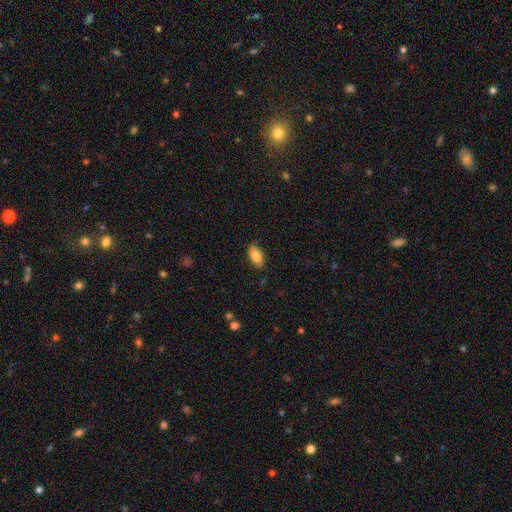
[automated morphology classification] A smooth galaxy with no disk features (83%) that is in between round and cigar-shaped (90%).

Vote fractions:
- Smooth or featured? smooth: 83% / featured or disk: 11% / star or artifact: 7%
- How rounded? in between: 90% / cigar-shaped: 7% / round: 3%
- Merging? none: 83% / minor disturbance: 13% / major disturbance: 3% / merger: 1%